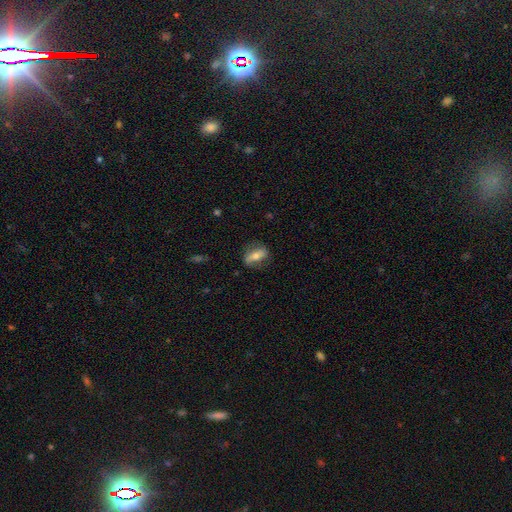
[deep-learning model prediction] A smooth galaxy with no disk features (49%).

Vote fractions:
- Smooth or featured? smooth: 49% / featured or disk: 44% / star or artifact: 7%
- Merging? none: 72% / minor disturbance: 19% / major disturbance: 7% / merger: 1%